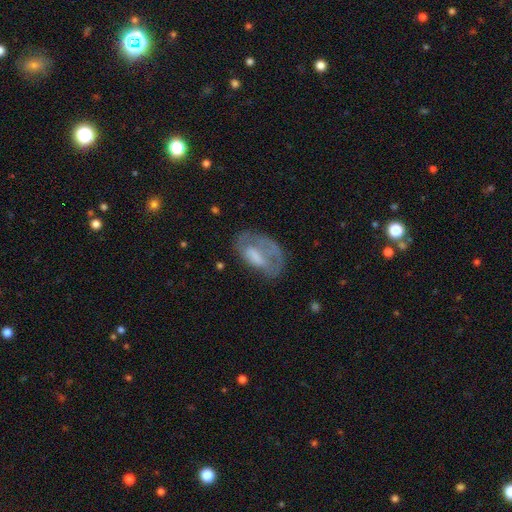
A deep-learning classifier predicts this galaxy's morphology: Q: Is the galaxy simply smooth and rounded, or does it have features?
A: smooth — 46%.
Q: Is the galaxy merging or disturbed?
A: none — 41%.